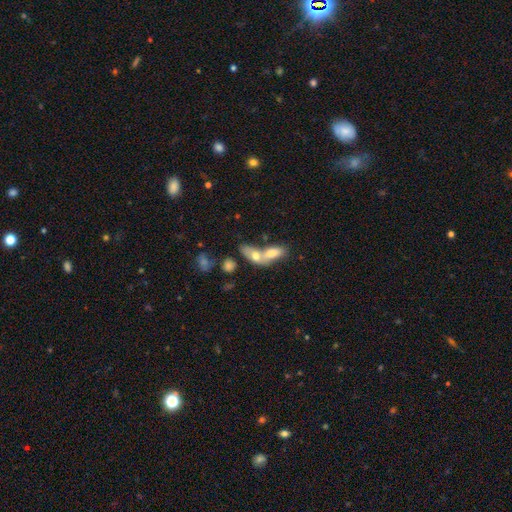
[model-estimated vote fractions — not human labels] A smooth galaxy with no disk features (68%) that is in between round and cigar-shaped (76%).

Vote fractions:
- Smooth or featured? smooth: 68% / featured or disk: 24% / star or artifact: 8%
- How rounded? in between: 76% / cigar-shaped: 15% / round: 9%
- Merging? merger: 75% / none: 15% / minor disturbance: 6% / major disturbance: 5%